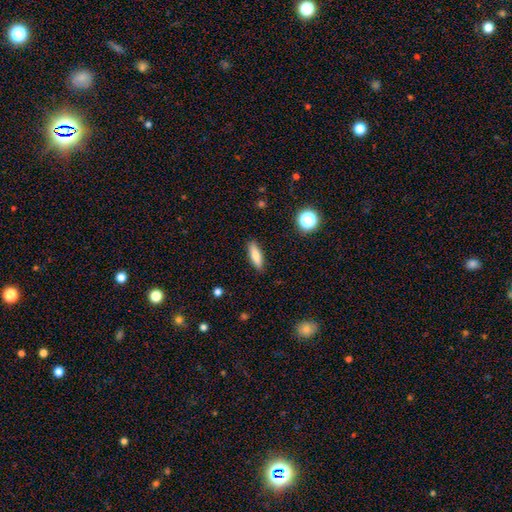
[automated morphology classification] Smooth or featured?
  - smooth: 78% *
  - featured or disk: 14%
  - star or artifact: 8%
How rounded?
  - cigar-shaped: 56% *
  - in between: 42%
  - round: 3%
Merging?
  - none: 88% *
  - minor disturbance: 8%
  - major disturbance: 2%
  - merger: 1%